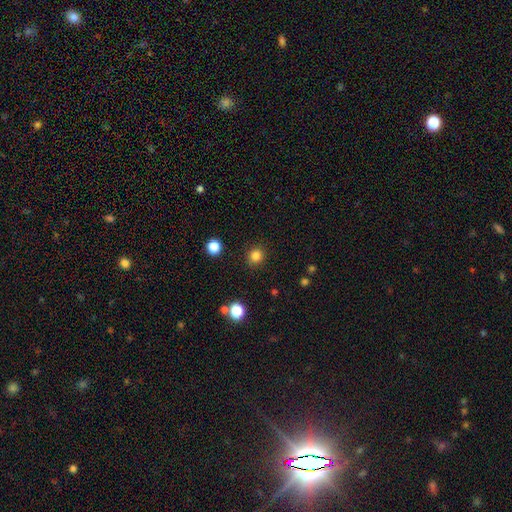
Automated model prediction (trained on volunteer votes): A smooth galaxy with no disk features (83%) that is round (91%). Merging: none (90%).